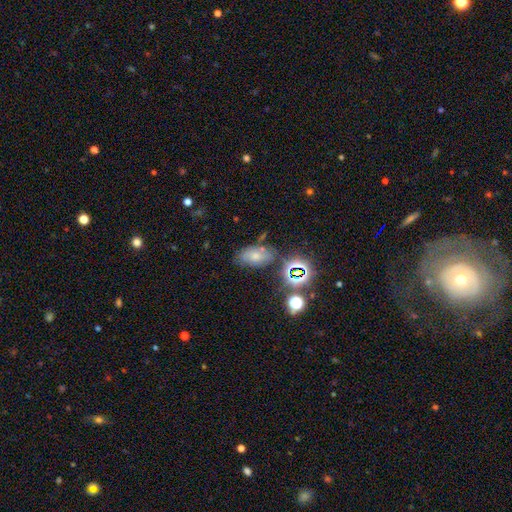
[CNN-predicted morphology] Q: Smooth or featured?
A: smooth (49%); runner-up: featured or disk (28%)
Q: Merging?
A: none (61%); runner-up: minor disturbance (21%)